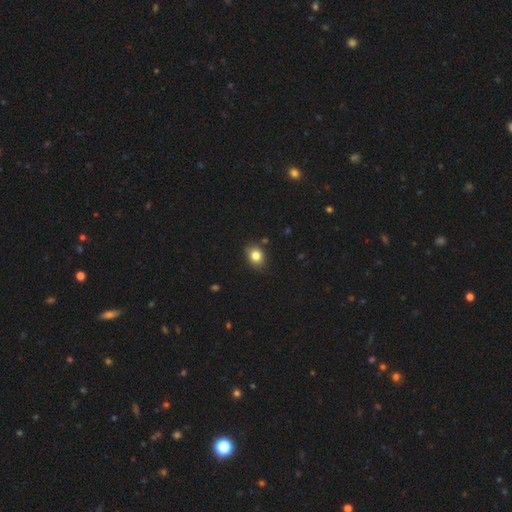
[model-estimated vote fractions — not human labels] A smooth galaxy with no disk features (82%) that is round (51%).

Vote fractions:
- Smooth or featured? smooth: 82% / star or artifact: 11% / featured or disk: 8%
- How rounded? round: 51% / in between: 48% / cigar-shaped: 1%
- Merging? none: 84% / minor disturbance: 12% / major disturbance: 2% / merger: 2%